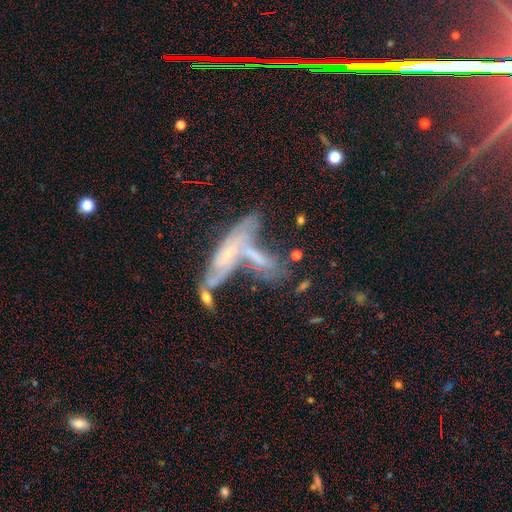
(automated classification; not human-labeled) Q: Smooth or featured?
A: featured or disk (62%); runner-up: smooth (29%)
Q: Edge-on disk?
A: no (71%); runner-up: yes (29%)
Q: Merging?
A: merger (55%); runner-up: none (24%)